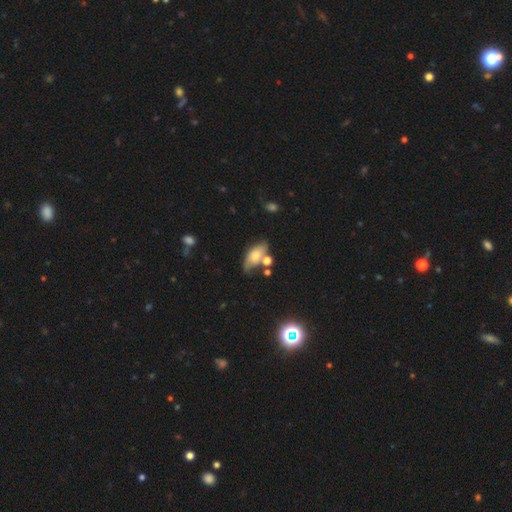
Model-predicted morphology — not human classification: smooth_or_featured: smooth (p=0.61) [alt: featured or disk p=0.30]
how_rounded: in between (p=0.85) [alt: cigar-shaped p=0.10]
merging: none (p=0.50) [alt: minor disturbance p=0.24]